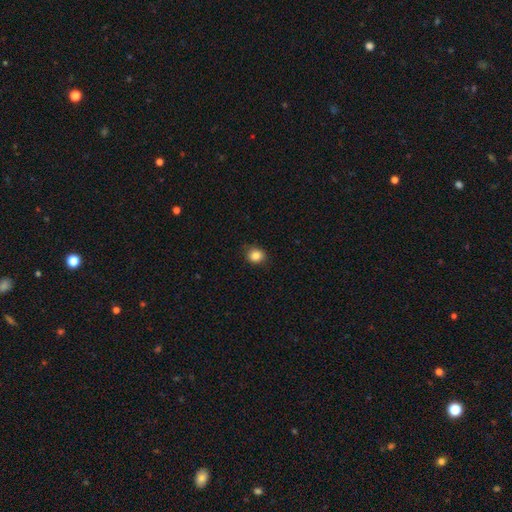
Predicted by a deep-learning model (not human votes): This appears to be a smooth galaxy with no disk features (85%) that is round (76%). Merging: none (86%).